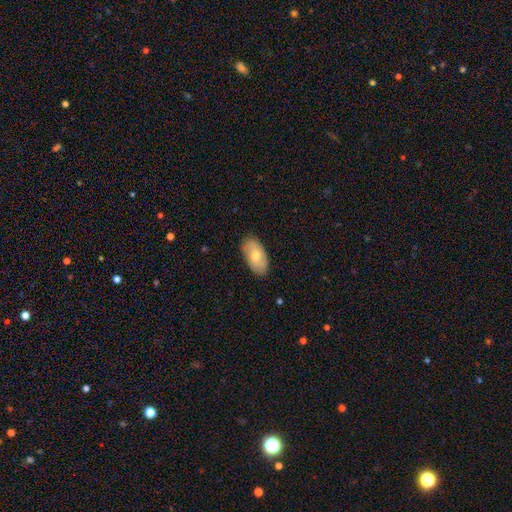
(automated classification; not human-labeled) smooth_or_featured: smooth (p=0.63) [alt: featured or disk p=0.31]
how_rounded: in between (p=0.93) [alt: cigar-shaped p=0.04]
merging: none (p=0.85) [alt: minor disturbance p=0.12]